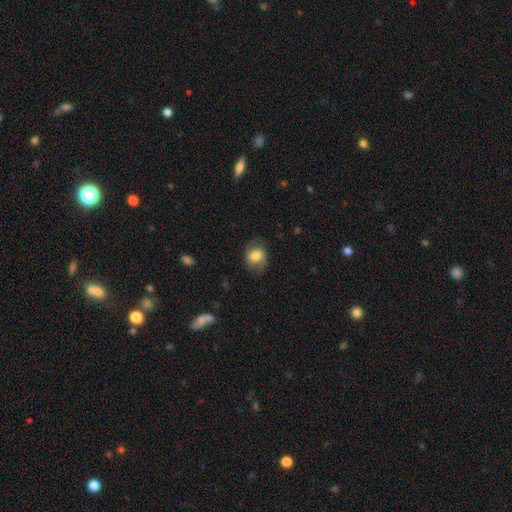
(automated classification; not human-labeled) Smooth or featured? Predicted: smooth (p=0.67). How rounded? Predicted: round (p=0.50). Merging? Predicted: none (p=0.73).